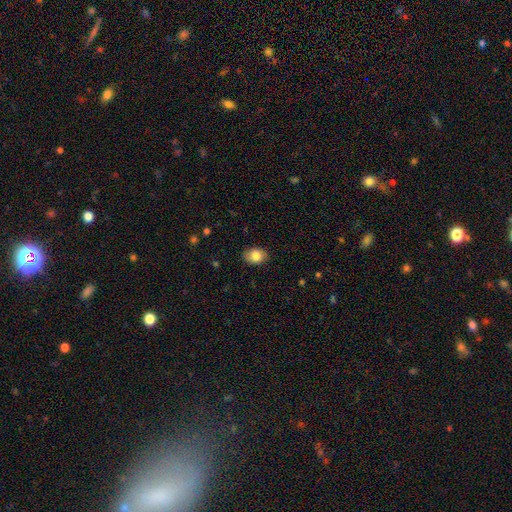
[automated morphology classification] This appears to be a smooth galaxy with no disk features (84%) that is in between round and cigar-shaped (64%). Merging: none (84%).